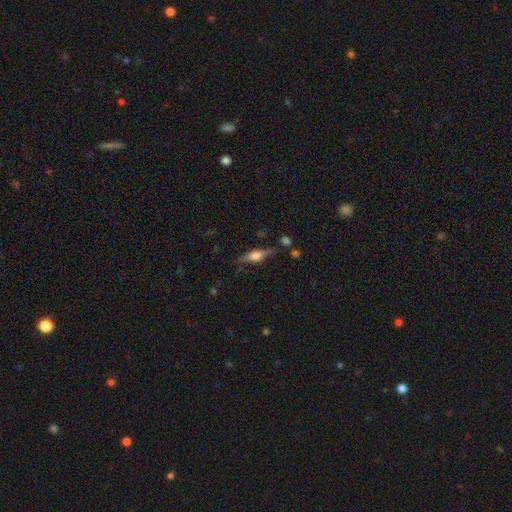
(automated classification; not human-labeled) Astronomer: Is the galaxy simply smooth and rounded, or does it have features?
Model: featured or disk — 57% (runner-up: smooth, 35%).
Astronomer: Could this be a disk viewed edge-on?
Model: yes — 94%.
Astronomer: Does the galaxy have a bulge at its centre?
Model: rounded — 83%.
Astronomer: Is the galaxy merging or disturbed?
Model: none — 77%.